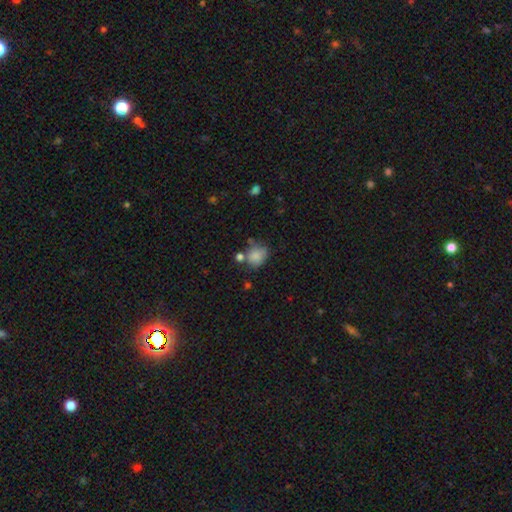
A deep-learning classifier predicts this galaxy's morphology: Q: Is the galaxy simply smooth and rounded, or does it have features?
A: smooth — 81%.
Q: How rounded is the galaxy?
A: round — 62%.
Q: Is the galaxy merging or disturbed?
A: none — 53%.